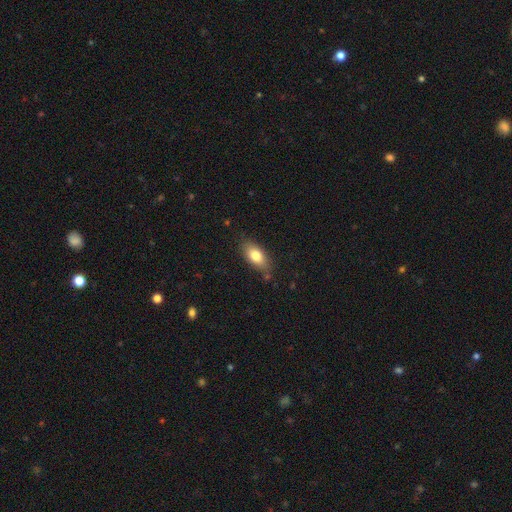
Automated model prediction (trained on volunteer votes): Morphology: type=smooth (80%); roundness=in between (87%); merging=none (78%).